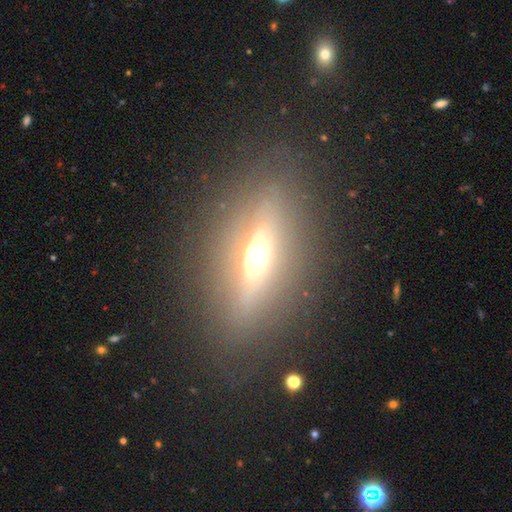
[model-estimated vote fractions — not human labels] Morphology: type=featured or disk (59%); edge-on=yes (75%); merging=none (82%).